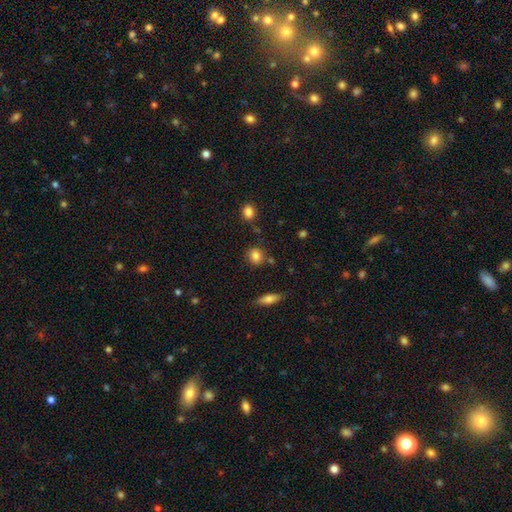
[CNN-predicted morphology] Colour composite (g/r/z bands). It shows a smooth galaxy with no disk features (84%) that is round (74%). Merging: none (79%).